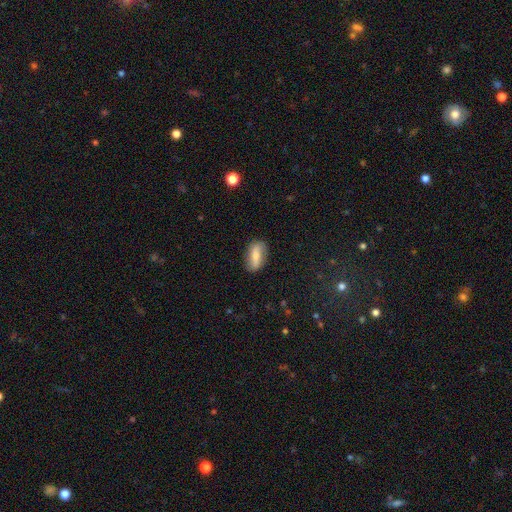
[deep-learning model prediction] smooth_or_featured: smooth (p=0.61) [alt: featured or disk p=0.32]
how_rounded: in between (p=0.81) [alt: cigar-shaped p=0.14]
merging: none (p=0.83) [alt: minor disturbance p=0.13]